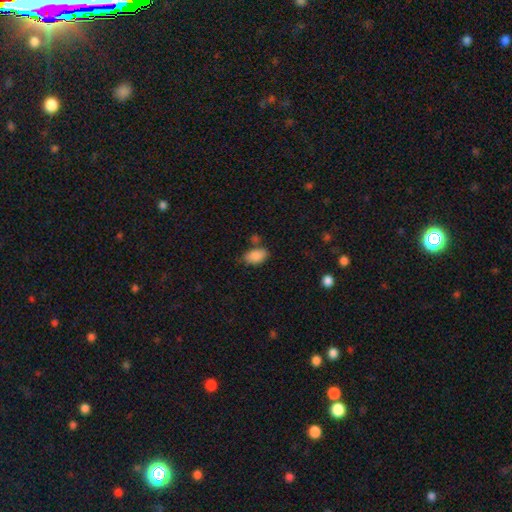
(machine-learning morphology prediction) This is clearly a smooth galaxy (88%). How rounded: clearly in between (91%). Merging: likely none (64%).